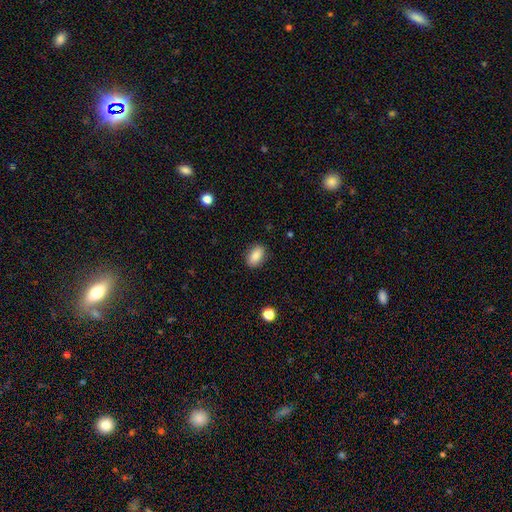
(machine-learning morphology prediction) Smooth or featured? Predicted: smooth (p=0.87). How rounded? Predicted: in between (p=0.89). Merging? Predicted: none (p=0.86).